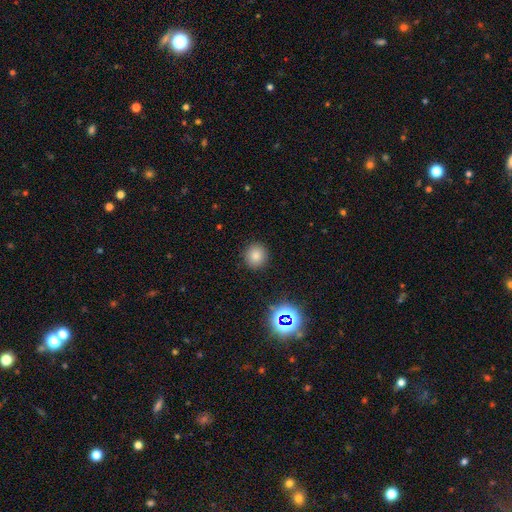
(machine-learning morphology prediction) Q: Smooth or featured?
A: smooth (80%); runner-up: star or artifact (15%)
Q: How rounded?
A: round (91%); runner-up: in between (8%)
Q: Merging?
A: none (91%); runner-up: minor disturbance (6%)